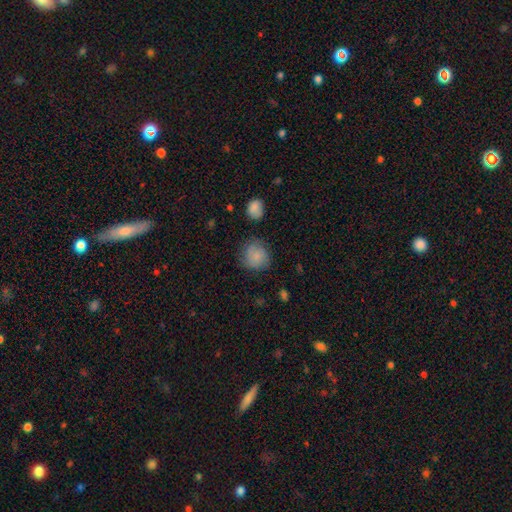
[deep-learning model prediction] This is clearly a smooth galaxy (80%). How rounded: clearly round (87%). Merging: likely none (73%).